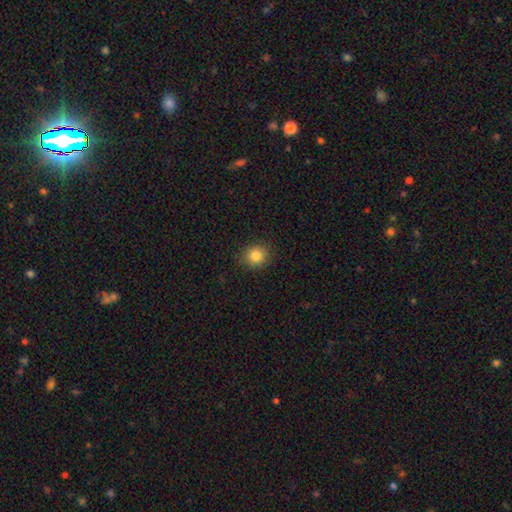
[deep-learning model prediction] A smooth galaxy with no disk features (83%) that is round (83%). Merging: none (89%).